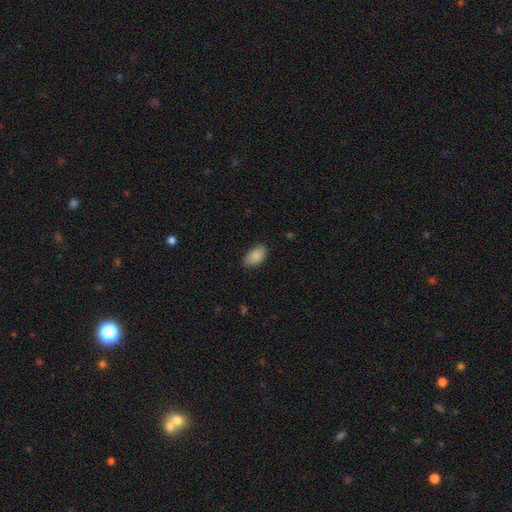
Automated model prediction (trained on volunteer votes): Morphology: type=smooth (87%); roundness=in between (93%); merging=none (79%).